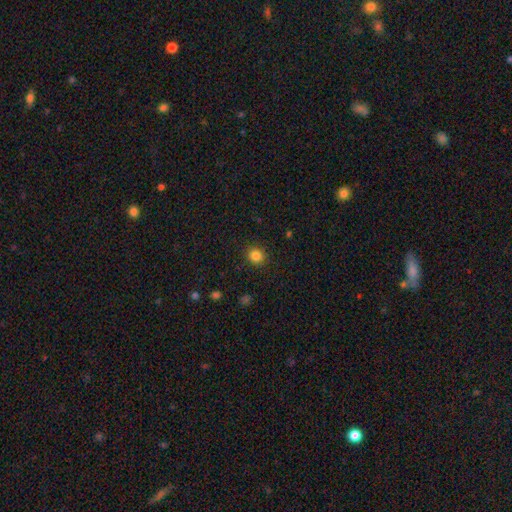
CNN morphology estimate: Overall: smooth (84%). How rounded: round (81%). Merging: none (90%).